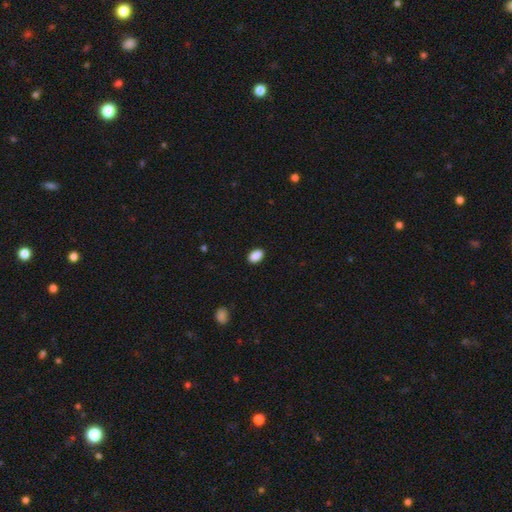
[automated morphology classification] smooth-or-featured: smooth: 89% | star or artifact: 8% | featured or disk: 3%
  how-rounded: in between: 88% | round: 10% | cigar-shaped: 2%
  merging: none: 88% | minor disturbance: 9% | major disturbance: 2% | merger: 1%